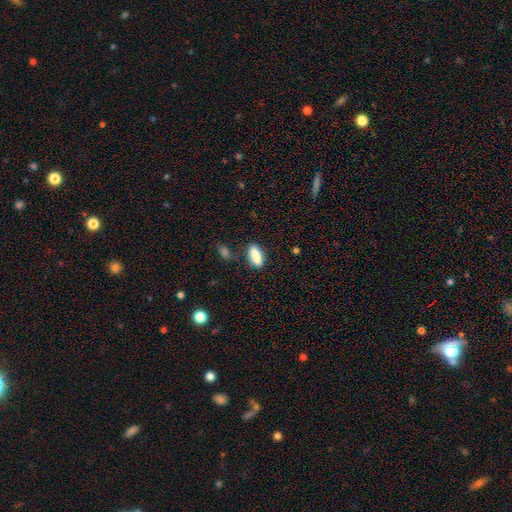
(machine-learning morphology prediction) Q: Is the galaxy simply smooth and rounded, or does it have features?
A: smooth — 85%.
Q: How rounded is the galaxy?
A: in between — 66%.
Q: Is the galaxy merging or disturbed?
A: none — 78%.